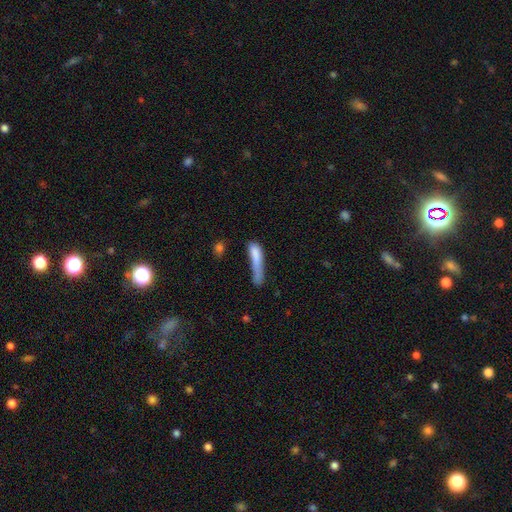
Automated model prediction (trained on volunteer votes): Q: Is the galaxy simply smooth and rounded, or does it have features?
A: smooth — 74%.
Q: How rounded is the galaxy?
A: cigar-shaped — 81%.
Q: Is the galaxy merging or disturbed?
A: major disturbance — 32%.